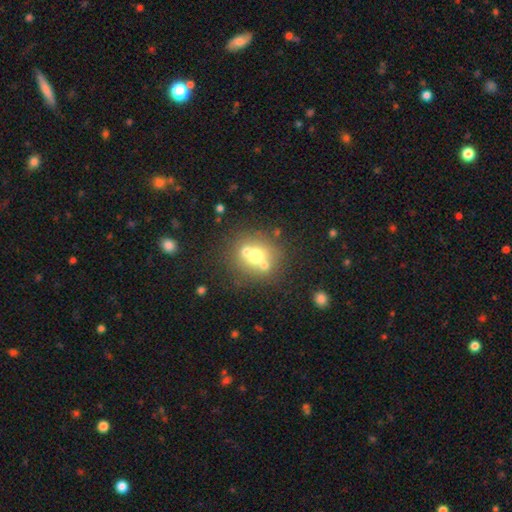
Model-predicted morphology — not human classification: Smooth or featured: smooth — 58% (featured or disk — 27%)
How rounded: round — 82% (in between — 17%)
Merging: none — 50% (merger — 36%)